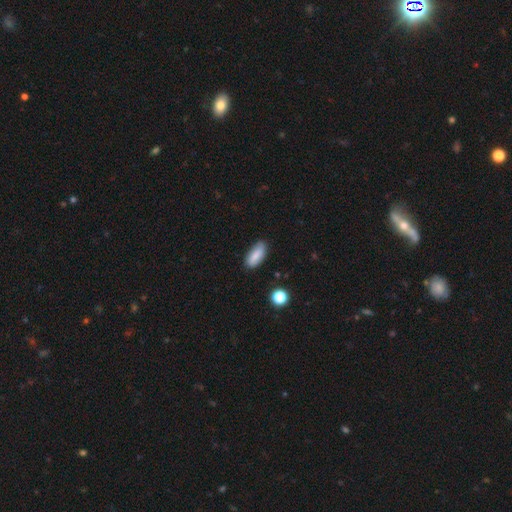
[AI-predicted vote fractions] Q: Smooth or featured?
A: smooth (83%); runner-up: featured or disk (10%)
Q: How rounded?
A: in between (84%); runner-up: cigar-shaped (13%)
Q: Merging?
A: none (79%); runner-up: minor disturbance (17%)